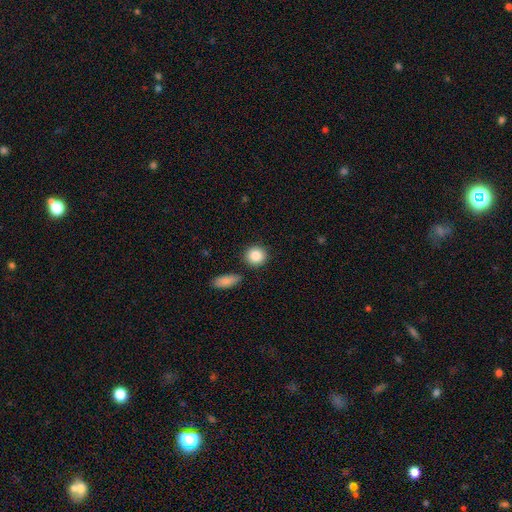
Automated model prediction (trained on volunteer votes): smooth-or-featured: smooth: 88% | star or artifact: 7% | featured or disk: 5%
  how-rounded: round: 87% | in between: 12% | cigar-shaped: 1%
  merging: none: 84% | minor disturbance: 8% | merger: 5% | major disturbance: 2%